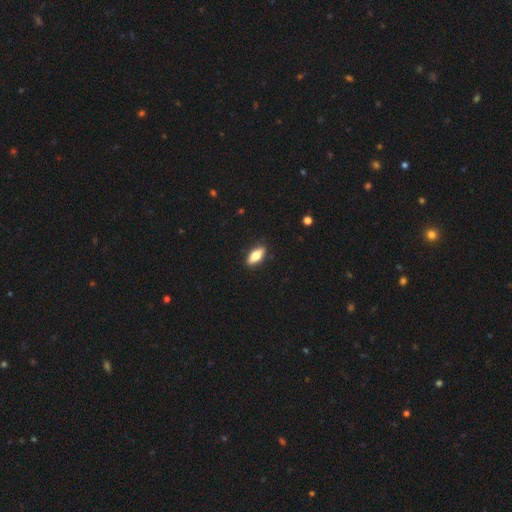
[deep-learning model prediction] Morphology: type=smooth (71%); roundness=in between (77%); merging=none (88%).